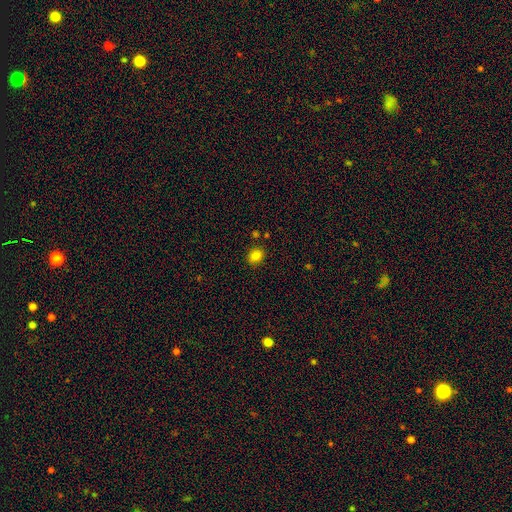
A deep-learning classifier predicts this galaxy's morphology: Smooth or featured?
  - smooth: 83% *
  - star or artifact: 12%
  - featured or disk: 5%
How rounded?
  - round: 54% *
  - in between: 45%
  - cigar-shaped: 1%
Merging?
  - none: 84% *
  - minor disturbance: 11%
  - merger: 3%
  - major disturbance: 3%